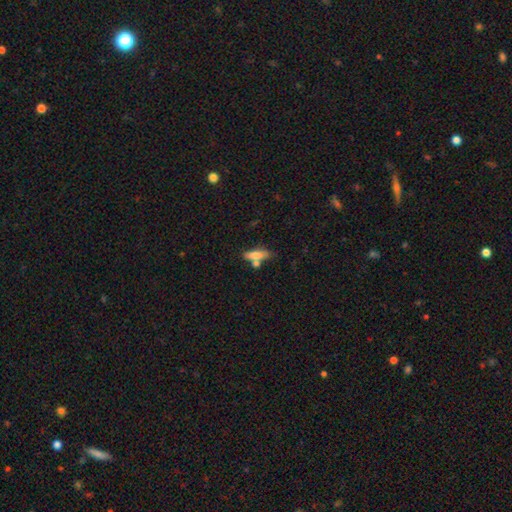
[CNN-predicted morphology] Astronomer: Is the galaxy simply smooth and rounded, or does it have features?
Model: smooth — 73%.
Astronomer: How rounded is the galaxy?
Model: cigar-shaped — 51% (runner-up: in between, 46%).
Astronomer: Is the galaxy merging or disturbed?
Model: none — 51%.